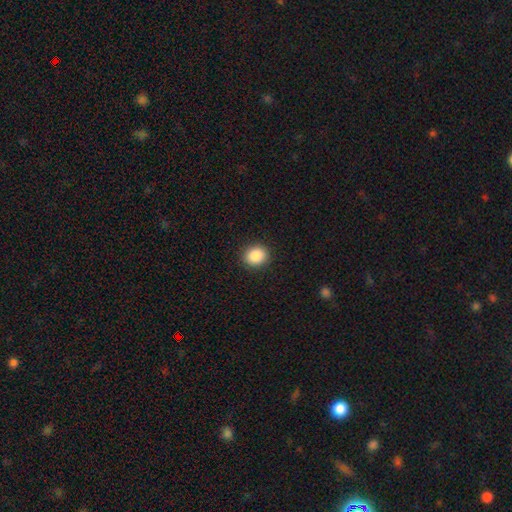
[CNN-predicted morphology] smooth 88%, star or artifact 9%, featured or disk 3%. Down the decision tree: how rounded — round (76%); merging — none (91%).